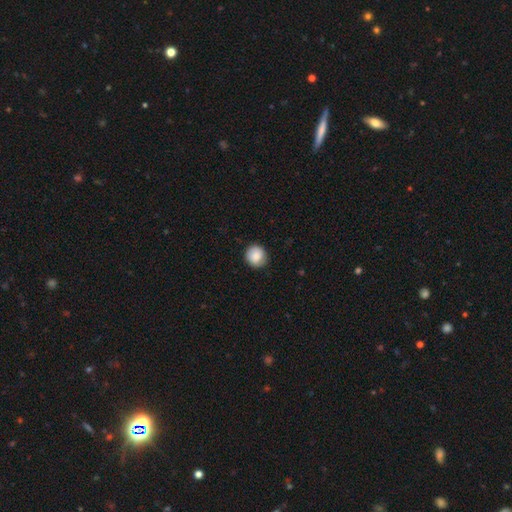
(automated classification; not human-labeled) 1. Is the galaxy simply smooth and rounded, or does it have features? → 86% smooth, 8% star or artifact, 7% featured or disk.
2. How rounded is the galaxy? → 90% round, 9% in between, 1% cigar-shaped.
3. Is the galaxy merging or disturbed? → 89% none, 8% minor disturbance, 2% major disturbance, 1% merger.